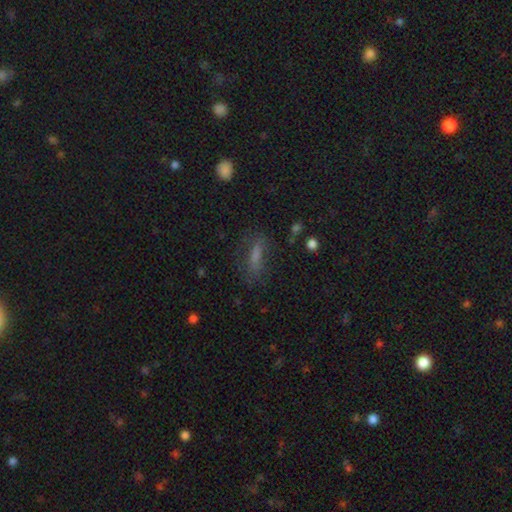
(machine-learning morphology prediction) This appears to be a smooth galaxy with no disk features (61%) that is cigar-shaped (55%). Merging: none (66%).